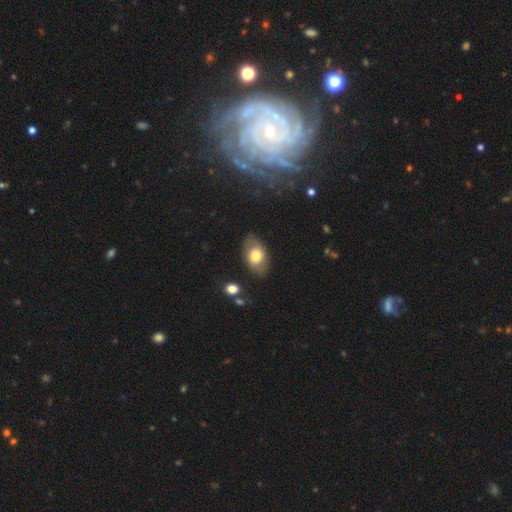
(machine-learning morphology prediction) Q: Smooth or featured?
A: smooth (67%); runner-up: featured or disk (26%)
Q: How rounded?
A: in between (86%); runner-up: round (13%)
Q: Merging?
A: none (77%); runner-up: minor disturbance (16%)